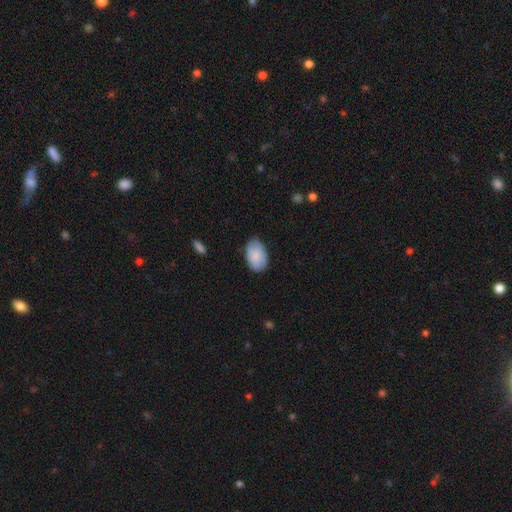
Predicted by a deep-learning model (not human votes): This appears to be a smooth galaxy with no disk features (86%) that is in between round and cigar-shaped (91%). Merging: none (81%).